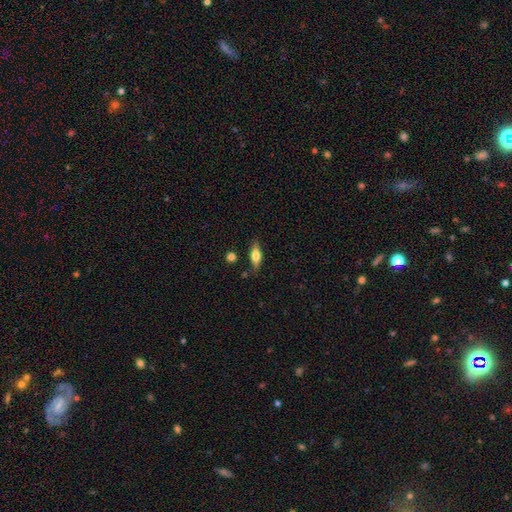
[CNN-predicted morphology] This is likely a smooth galaxy (61%). How rounded: likely in between (62%). Merging: likely none (80%).